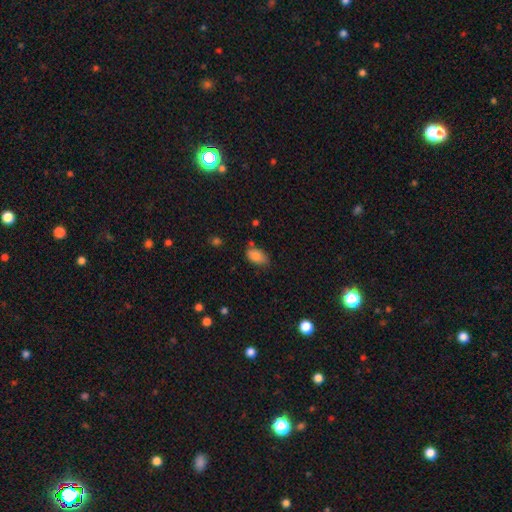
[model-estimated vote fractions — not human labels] This appears to be a smooth galaxy with no disk features (83%) that is in between round and cigar-shaped (91%). Merging: none (64%).